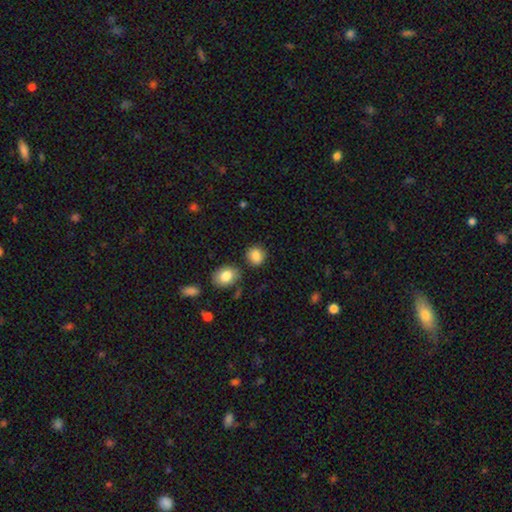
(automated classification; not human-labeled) Smooth or featured?
  - smooth: 86% *
  - star or artifact: 9%
  - featured or disk: 5%
How rounded?
  - round: 75% *
  - in between: 24%
  - cigar-shaped: 1%
Merging?
  - none: 80% *
  - minor disturbance: 11%
  - merger: 5%
  - major disturbance: 3%